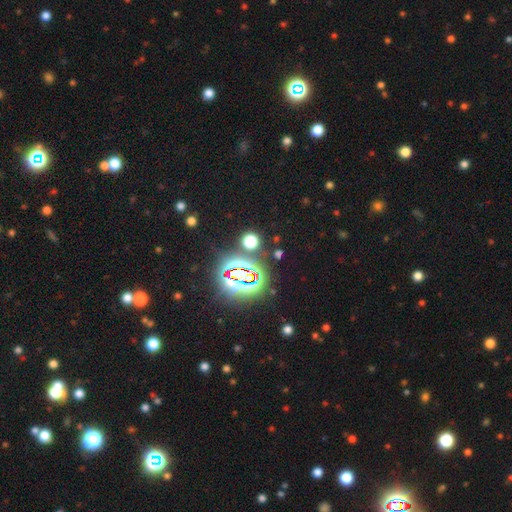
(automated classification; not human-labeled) The model was most divided on "smooth or featured": star or artifact: 81%, smooth: 12%, featured or disk: 7%.